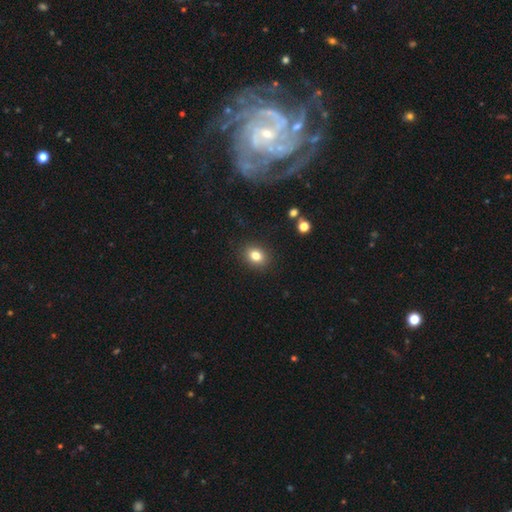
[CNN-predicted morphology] type=smooth (81%); roundness=round (50%); merging=none (89%).